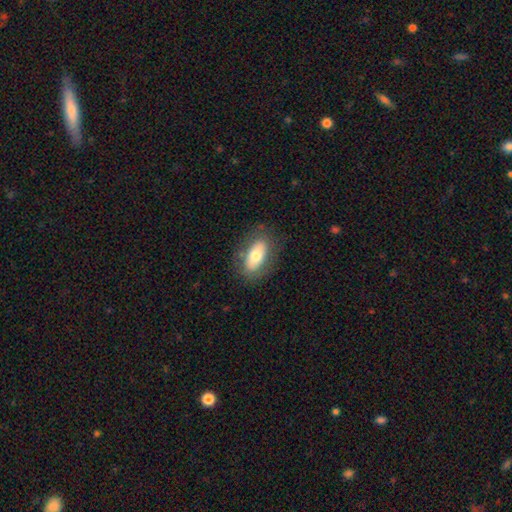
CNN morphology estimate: smooth-or-featured: smooth: 68% | featured or disk: 25% | star or artifact: 7%
  how-rounded: in between: 88% | cigar-shaped: 7% | round: 4%
  merging: none: 80% | minor disturbance: 14% | major disturbance: 5% | merger: 1%